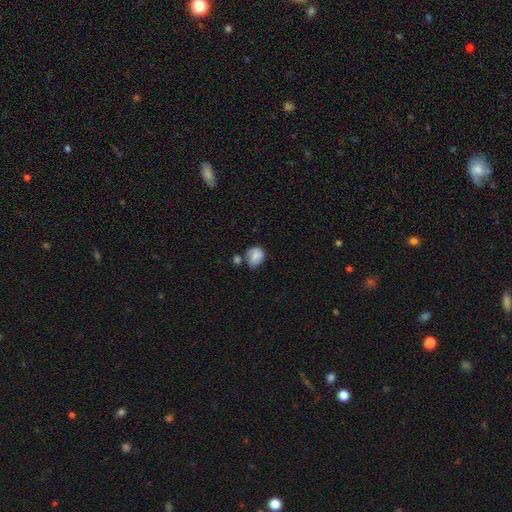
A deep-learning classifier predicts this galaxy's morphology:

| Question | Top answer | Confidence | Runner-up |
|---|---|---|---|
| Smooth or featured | smooth | 76% | featured or disk (16%) |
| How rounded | round | 56% | in between (43%) |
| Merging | none | 45% | minor disturbance (26%) |